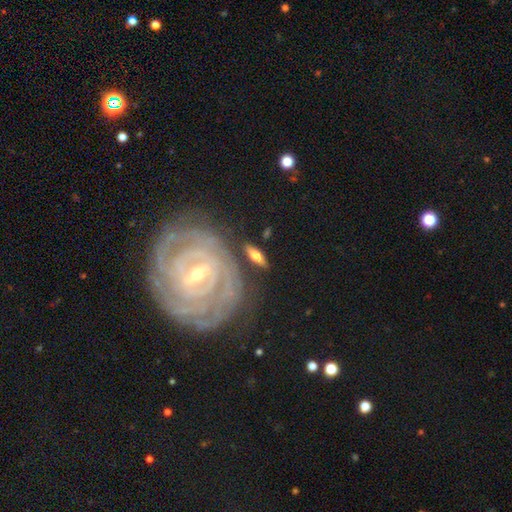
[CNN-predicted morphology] Smooth or featured? featured or disk (48%)
Merging? none (74%)